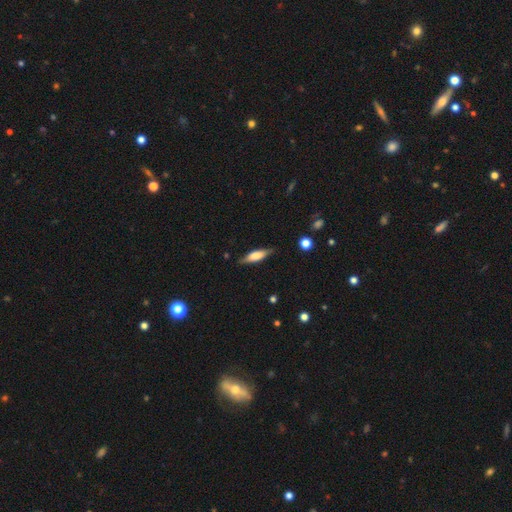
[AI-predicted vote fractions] Smooth or featured? smooth (56%)
How rounded? cigar-shaped (55%)
Merging? none (82%)